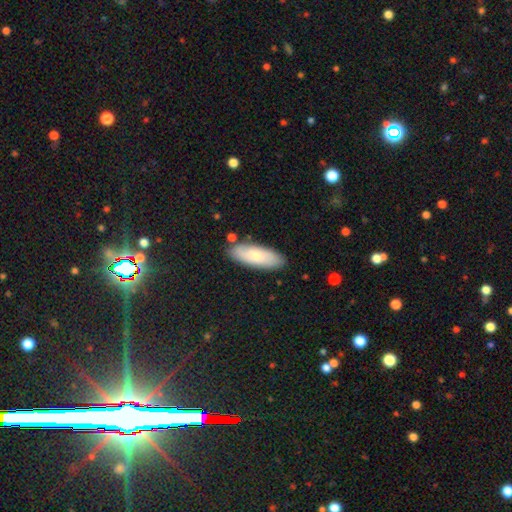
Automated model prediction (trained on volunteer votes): Morphology: type=smooth (71%); roundness=in between (68%); merging=none (84%).